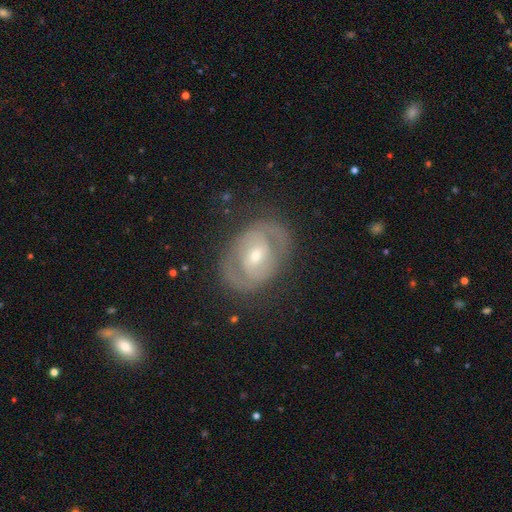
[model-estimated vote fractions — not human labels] Morphology: type=featured or disk (72%); edge-on=no (95%); bar=weak (41%); spiral arms=yes (63%); bulge=small (52%); merging=none (74%).